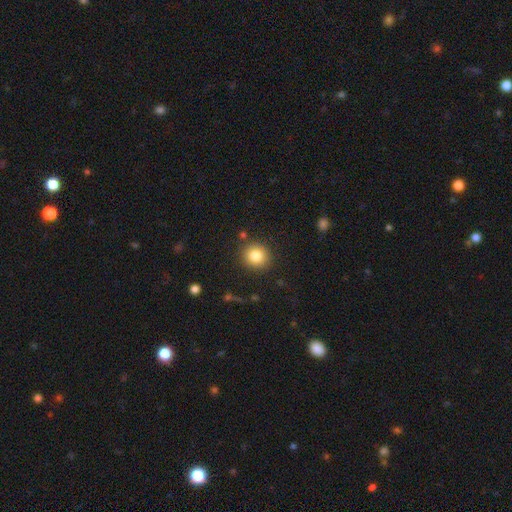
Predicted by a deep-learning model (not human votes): Q: Smooth or featured?
A: smooth (83%); runner-up: star or artifact (10%)
Q: How rounded?
A: round (87%); runner-up: in between (12%)
Q: Merging?
A: none (87%); runner-up: minor disturbance (7%)